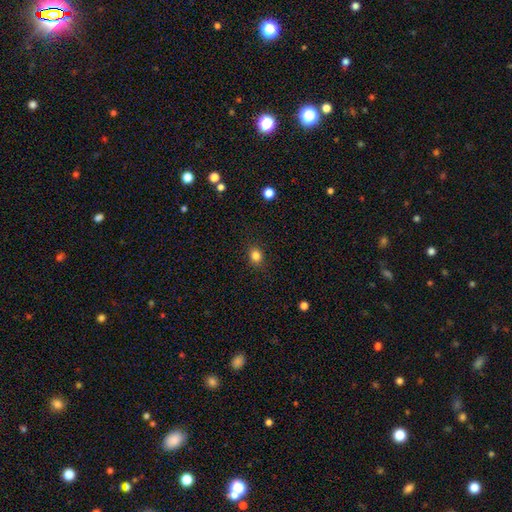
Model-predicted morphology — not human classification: smooth-or-featured: smooth: 84% | star or artifact: 12% | featured or disk: 5%
  how-rounded: round: 65% | in between: 34% | cigar-shaped: 1%
  merging: none: 89% | minor disturbance: 8% | major disturbance: 2% | merger: 1%